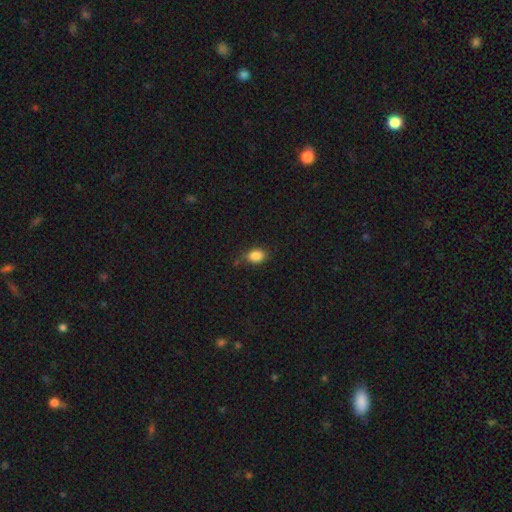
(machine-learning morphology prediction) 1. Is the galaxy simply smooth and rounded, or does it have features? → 86% smooth, 9% star or artifact, 5% featured or disk.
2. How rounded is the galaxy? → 78% in between, 20% round, 2% cigar-shaped.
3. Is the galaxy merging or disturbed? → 71% none, 22% minor disturbance, 5% major disturbance, 2% merger.